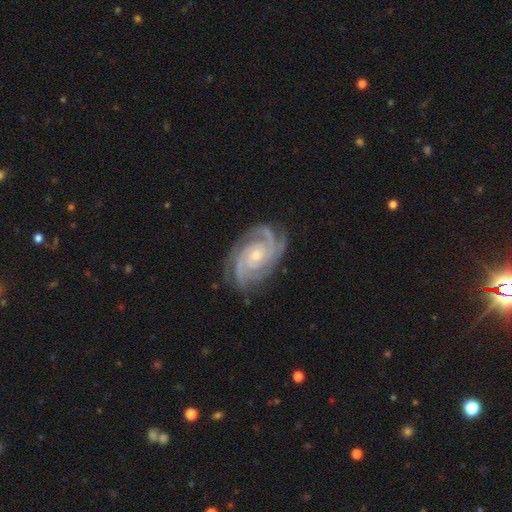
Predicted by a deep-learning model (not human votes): Overall: featured or disk (93%). Edge-on disk: no (98%). Bar: no (68%). Spiral arms: yes (99%). Spiral arm count: 3 (38%; 2 26%). Spiral winding: tight (75%). Bulge size: small (54%; moderate 41%). Merging: none (79%).